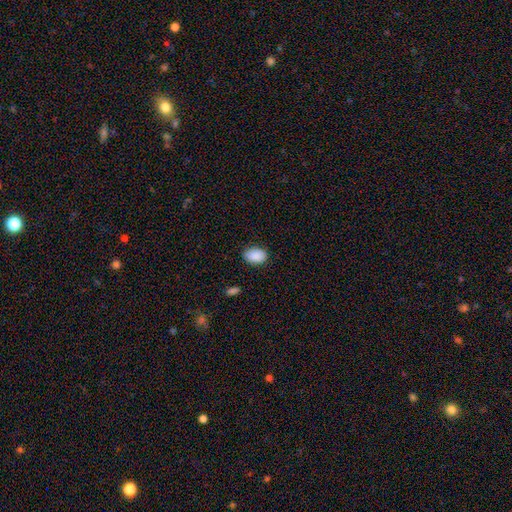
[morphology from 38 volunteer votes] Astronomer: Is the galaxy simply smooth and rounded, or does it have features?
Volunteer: smooth — 97%.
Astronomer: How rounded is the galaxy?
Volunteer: in between — 92%.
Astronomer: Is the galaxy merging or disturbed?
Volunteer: none — 92%.